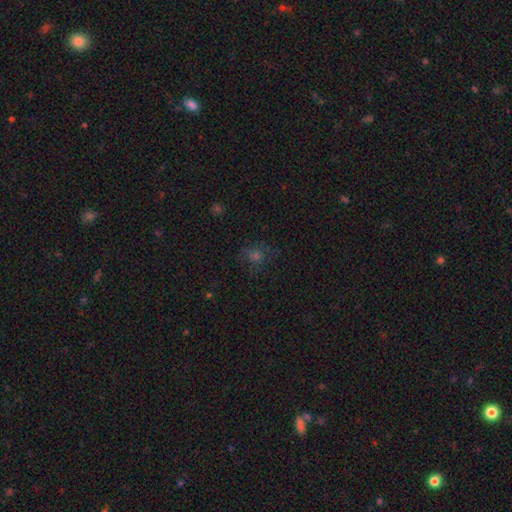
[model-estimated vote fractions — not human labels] The model was most divided on "smooth or featured": smooth: 43%, star or artifact: 37%, featured or disk: 20%. More confident: merging — none (72%).